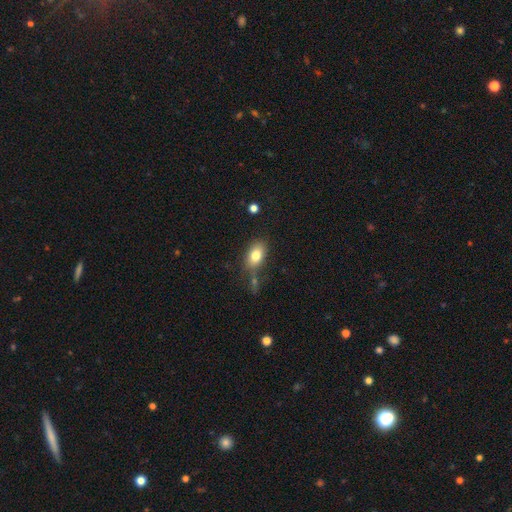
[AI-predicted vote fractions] The model was most divided on "merging": none: 70%, minor disturbance: 16%, merger: 9%, major disturbance: 5%. More confident: how rounded — in between (87%); smooth or featured — smooth (81%).